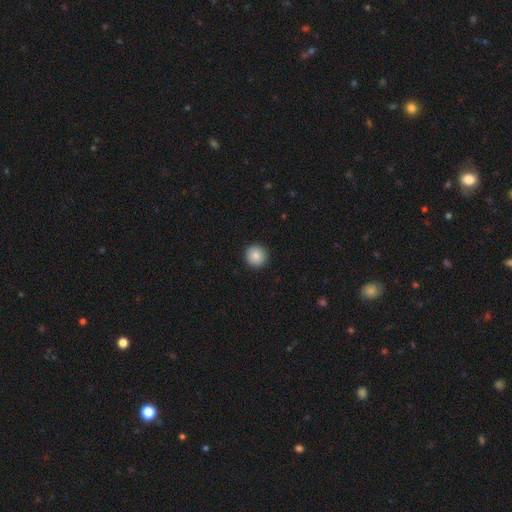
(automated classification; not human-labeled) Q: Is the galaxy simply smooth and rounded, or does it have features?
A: smooth — 87%.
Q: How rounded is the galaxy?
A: round — 96%.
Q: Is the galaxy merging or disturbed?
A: none — 93%.